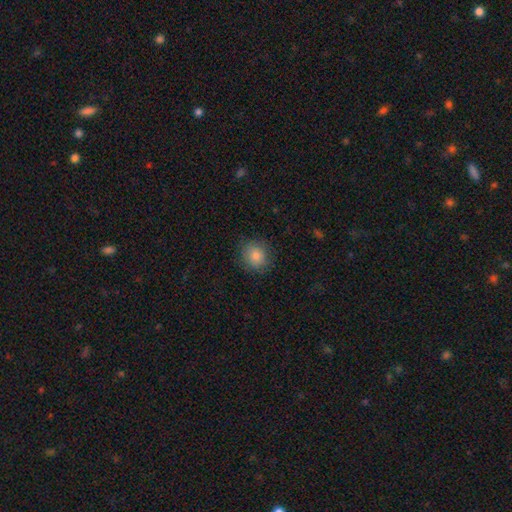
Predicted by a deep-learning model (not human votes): Overall: smooth (83%). How rounded: round (83%). Merging: none (86%).